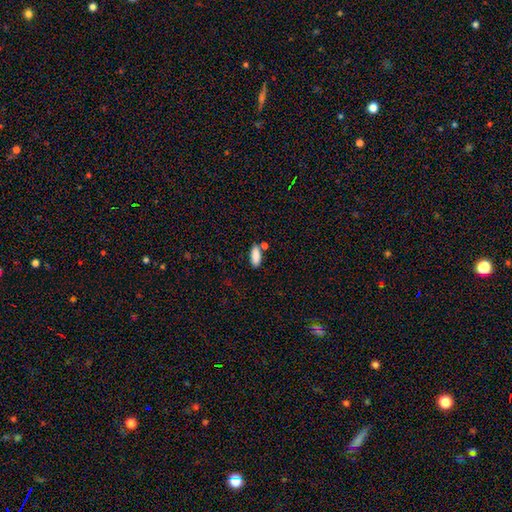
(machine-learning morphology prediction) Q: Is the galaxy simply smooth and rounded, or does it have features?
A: smooth — 88%.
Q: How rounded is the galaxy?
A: in between — 80%.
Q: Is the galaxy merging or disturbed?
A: none — 72%.